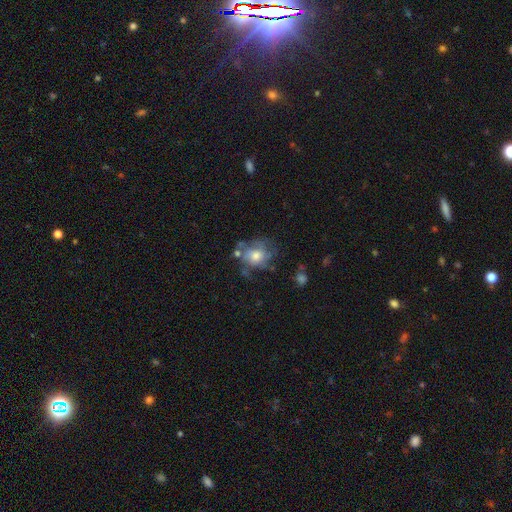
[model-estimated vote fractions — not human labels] The model was most divided on "smooth or featured": featured or disk: 48%, smooth: 42%, star or artifact: 10%. More confident: merging — none (50%).